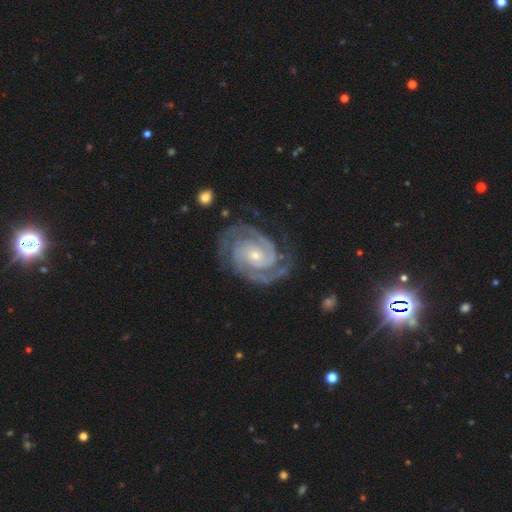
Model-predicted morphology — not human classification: Q: Smooth or featured?
A: featured or disk (93%); runner-up: star or artifact (4%)
Q: Edge-on disk?
A: no (98%); runner-up: yes (2%)
Q: Bar?
A: no (65%); runner-up: weak (25%)
Q: Spiral arms?
A: yes (99%); runner-up: no (1%)
Q: Spiral winding?
A: tight (74%); runner-up: medium (23%)
Q: Spiral arm count?
A: 2 (74%); runner-up: 3 (12%)
Q: Bulge size?
A: small (67%); runner-up: moderate (30%)
Q: Merging?
A: none (78%); runner-up: minor disturbance (15%)